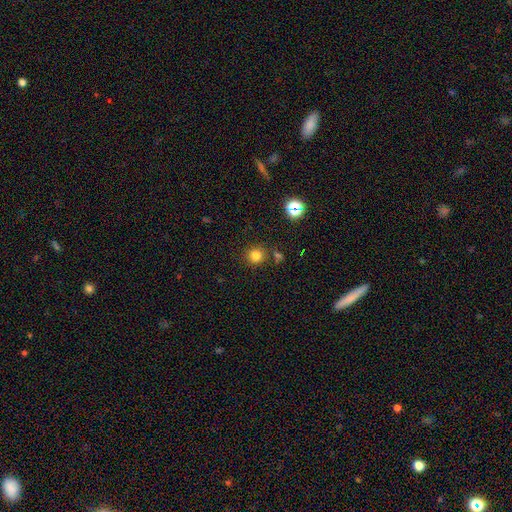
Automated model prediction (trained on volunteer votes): A smooth galaxy with no disk features (79%) that is round (92%).

Vote fractions:
- Smooth or featured? smooth: 79% / star or artifact: 16% / featured or disk: 5%
- How rounded? round: 92% / in between: 7% / cigar-shaped: 1%
- Merging? none: 82% / minor disturbance: 8% / merger: 7% / major disturbance: 3%